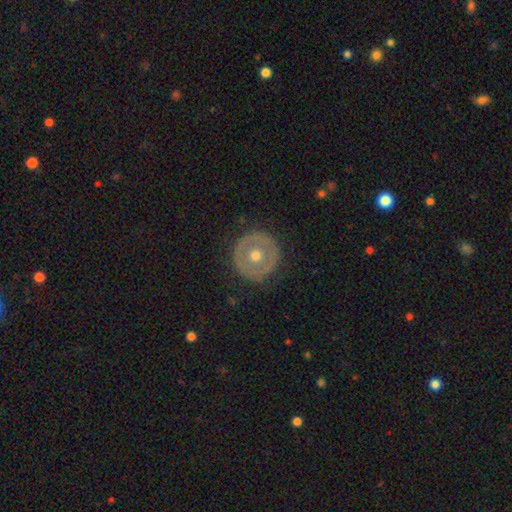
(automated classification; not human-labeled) Smooth or featured?
  - featured or disk: 49% *
  - smooth: 45%
  - star or artifact: 6%
Merging?
  - none: 89% *
  - minor disturbance: 8%
  - major disturbance: 2%
  - merger: 1%